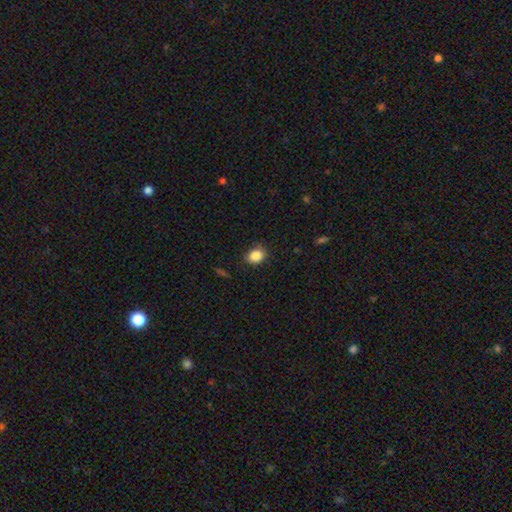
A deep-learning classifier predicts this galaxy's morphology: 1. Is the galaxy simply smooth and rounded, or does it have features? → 87% smooth, 9% star or artifact, 4% featured or disk.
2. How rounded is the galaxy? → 56% in between, 43% round, 1% cigar-shaped.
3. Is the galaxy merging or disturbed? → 81% none, 15% minor disturbance, 3% major disturbance, 1% merger.